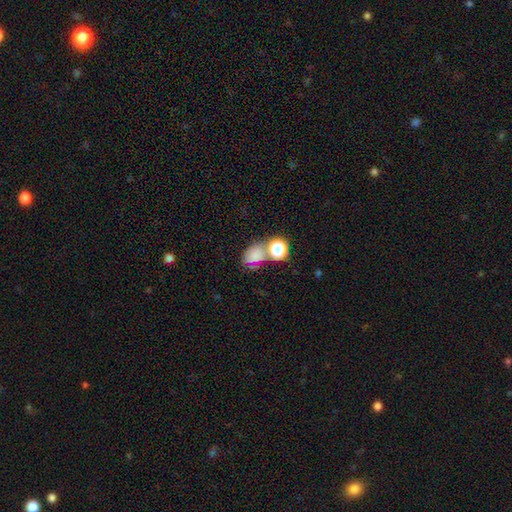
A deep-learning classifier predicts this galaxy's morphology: Smooth or featured? Predicted: smooth (p=0.73). How rounded? Predicted: in between (p=0.58). Merging? Predicted: none (p=0.44).